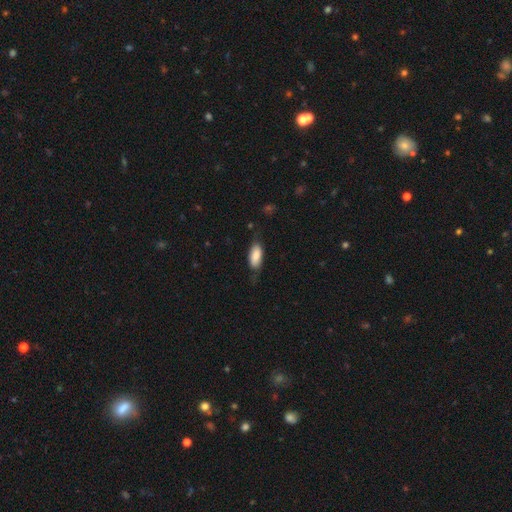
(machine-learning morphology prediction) type=smooth (82%); roundness=in between (85%); merging=none (63%).